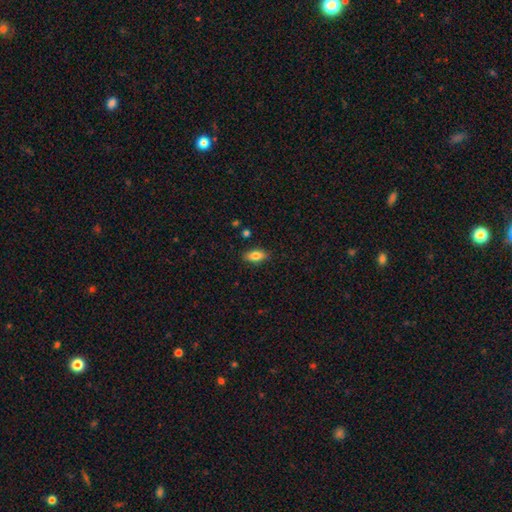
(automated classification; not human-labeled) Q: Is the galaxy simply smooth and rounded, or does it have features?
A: smooth — 81%.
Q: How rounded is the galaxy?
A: in between — 87%.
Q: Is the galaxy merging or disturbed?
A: none — 86%.